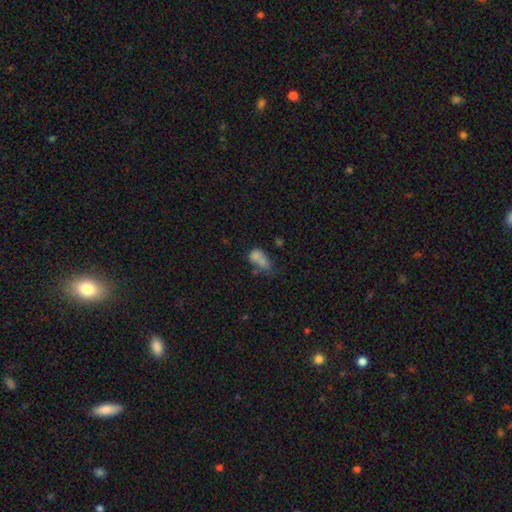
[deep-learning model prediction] A smooth galaxy with no disk features (69%) that is in between round and cigar-shaped (76%).

Vote fractions:
- Smooth or featured? smooth: 69% / featured or disk: 19% / star or artifact: 12%
- How rounded? in between: 76% / round: 20% / cigar-shaped: 4%
- Merging? merger: 49% / none: 23% / minor disturbance: 15% / major disturbance: 13%